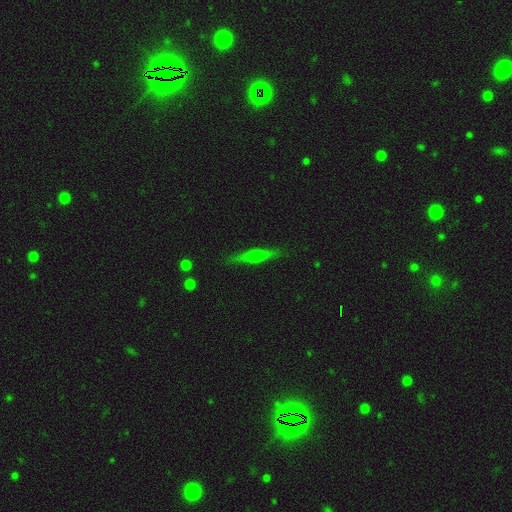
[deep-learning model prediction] Smooth or featured? Predicted: featured or disk (p=0.60). Edge-on disk? Predicted: yes (p=0.96). Edge-on bulge? Predicted: rounded (p=0.90). Merging? Predicted: none (p=0.88).